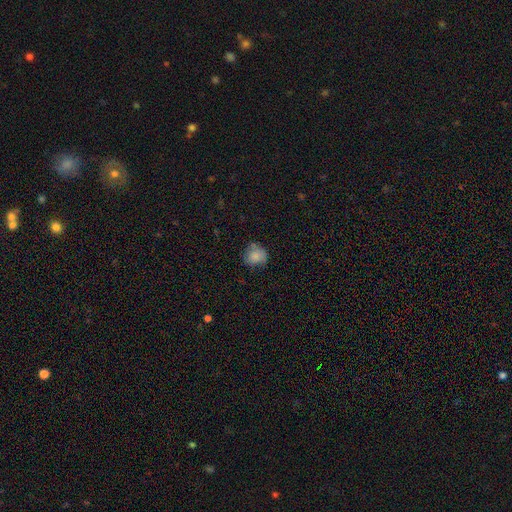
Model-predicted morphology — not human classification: Smooth or featured? Predicted: smooth (p=0.81). How rounded? Predicted: round (p=0.78). Merging? Predicted: none (p=0.65).